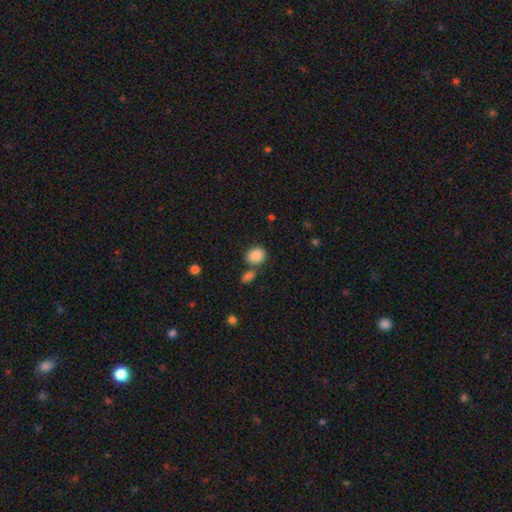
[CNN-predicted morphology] This appears to be a smooth galaxy with no disk features (86%) that is round (67%). Merging: none (65%).